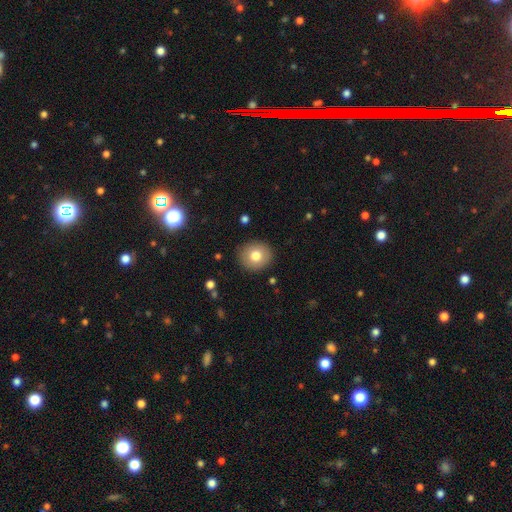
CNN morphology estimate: A smooth galaxy with no disk features (78%) that is round (89%).

Vote fractions:
- Smooth or featured? smooth: 78% / featured or disk: 13% / star or artifact: 9%
- How rounded? round: 89% / in between: 10% / cigar-shaped: 1%
- Merging? none: 90% / minor disturbance: 6% / major disturbance: 2% / merger: 1%